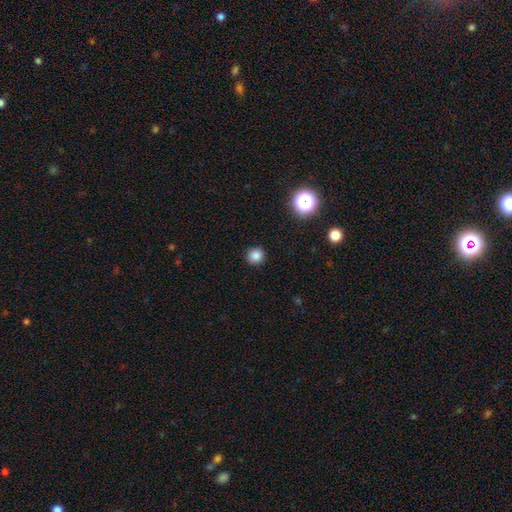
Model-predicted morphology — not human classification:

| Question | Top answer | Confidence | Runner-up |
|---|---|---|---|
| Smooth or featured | smooth | 83% | star or artifact (13%) |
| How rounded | round | 92% | in between (7%) |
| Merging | none | 91% | minor disturbance (6%) |